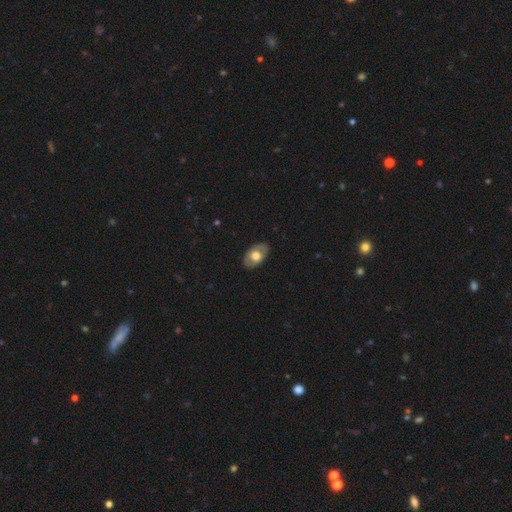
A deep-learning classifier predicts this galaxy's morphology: This is possibly a smooth galaxy (57%). How rounded: clearly in between (90%). Merging: clearly none (83%).